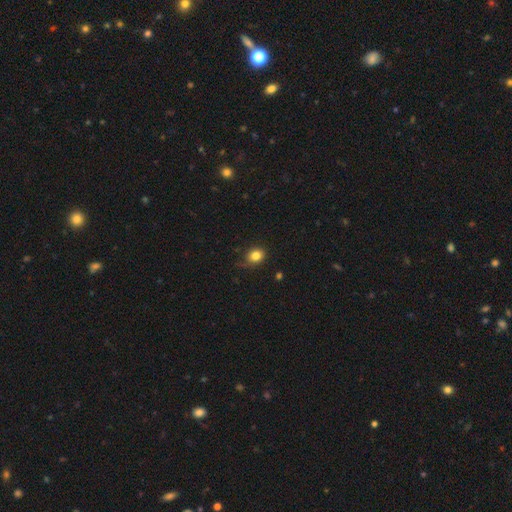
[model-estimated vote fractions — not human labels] This is clearly a smooth galaxy (82%). How rounded: likely round (69%). Merging: likely none (73%).